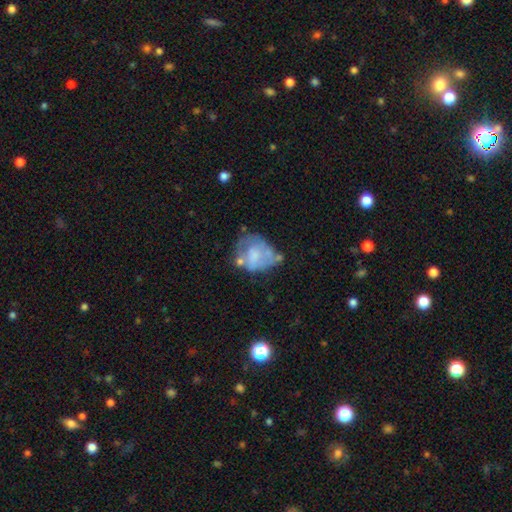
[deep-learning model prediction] A featured or disk galaxy (49%).

Vote fractions:
- Smooth or featured? featured or disk: 49% / smooth: 42% / star or artifact: 8%
- Merging? none: 35% / minor disturbance: 28% / major disturbance: 24% / merger: 14%